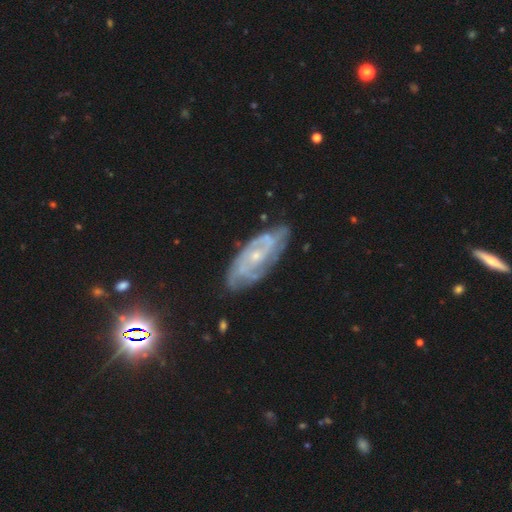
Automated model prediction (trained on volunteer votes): The model was most divided on "spiral arm count" (2-way tie): 2: 32%, can't tell: 32%, 3: 17%, 4: 9%, more than 4: 5%, 1: 5%. More confident: spiral arms — yes (95%); edge-on disk — no (92%); smooth or featured — featured or disk (84%); merging — none (75%); bulge size — small (73%); bar — no (65%); spiral winding — tight (61%).